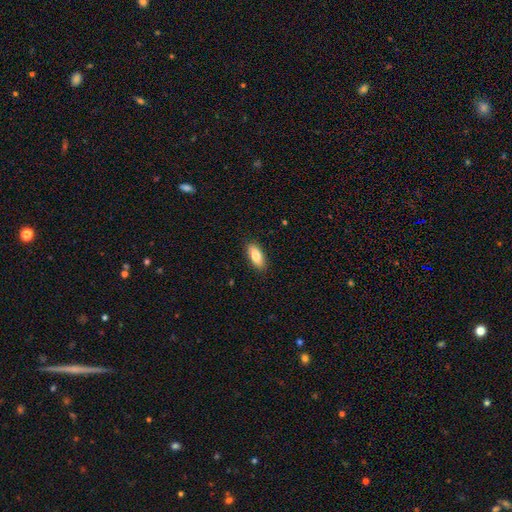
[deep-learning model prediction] Morphology: type=smooth (82%); roundness=in between (85%); merging=none (89%).